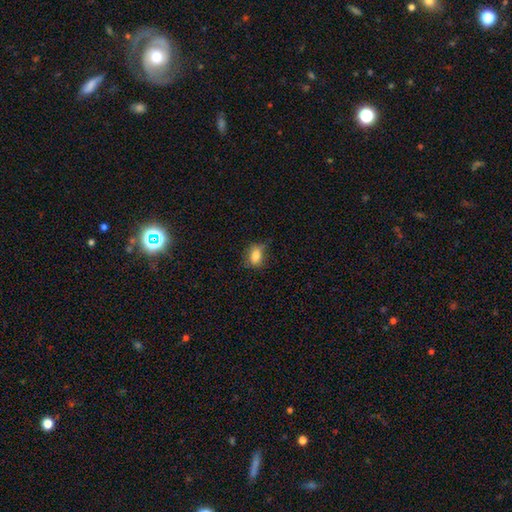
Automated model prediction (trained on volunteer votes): This is clearly a smooth galaxy (82%). How rounded: likely in between (77%). Merging: likely none (67%).